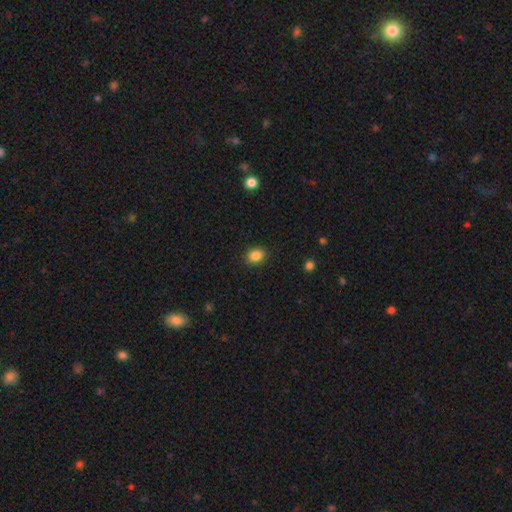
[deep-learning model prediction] Smooth or featured? smooth (86%)
How rounded? round (54%)
Merging? none (90%)